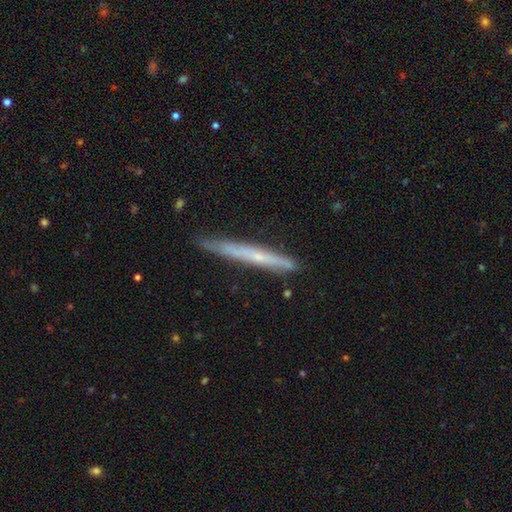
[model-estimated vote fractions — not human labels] Overall: featured or disk (55%; smooth 39%). Edge-on disk: yes (95%). Edge-on bulge: none (66%; rounded 31%). Merging: none (80%).